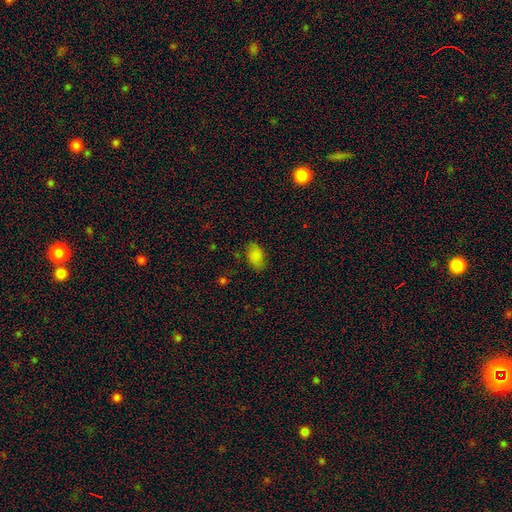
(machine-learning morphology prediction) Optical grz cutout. It shows a smooth galaxy with no disk features (83%) that is in between round and cigar-shaped (90%). Merging: none (78%).